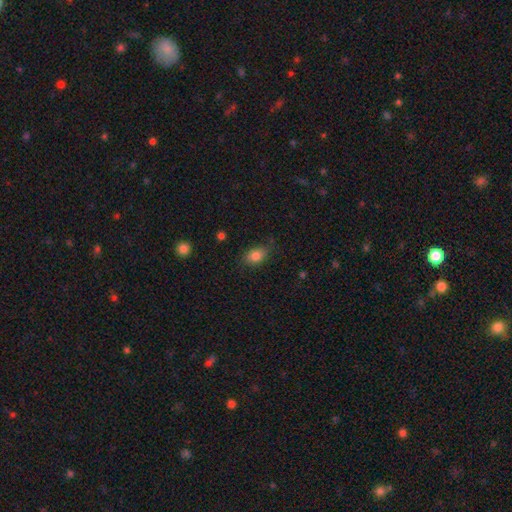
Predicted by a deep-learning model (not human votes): A smooth galaxy with no disk features (83%) that is in between round and cigar-shaped (81%). Merging: none (77%).